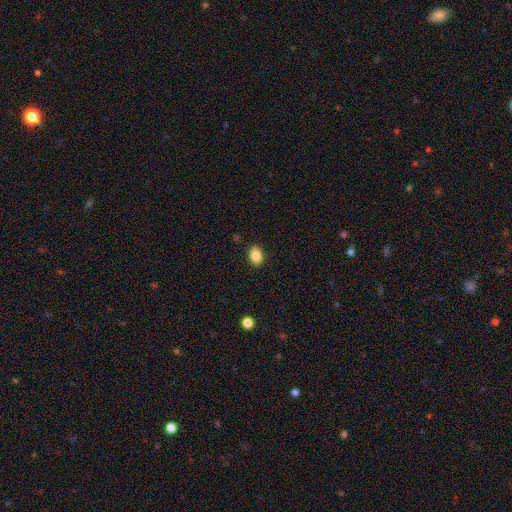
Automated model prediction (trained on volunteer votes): A smooth galaxy with no disk features (85%) that is in between round and cigar-shaped (73%). Merging: none (88%).